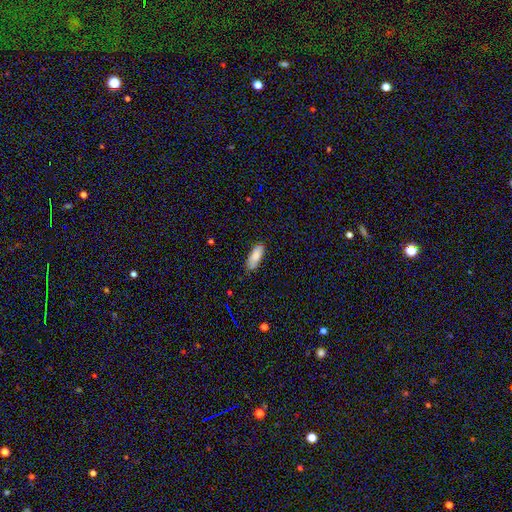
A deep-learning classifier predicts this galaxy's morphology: Smooth or featured?
  - smooth: 85% *
  - featured or disk: 9%
  - star or artifact: 7%
How rounded?
  - in between: 77% *
  - cigar-shaped: 21%
  - round: 2%
Merging?
  - none: 82% *
  - minor disturbance: 15%
  - major disturbance: 3%
  - merger: 1%